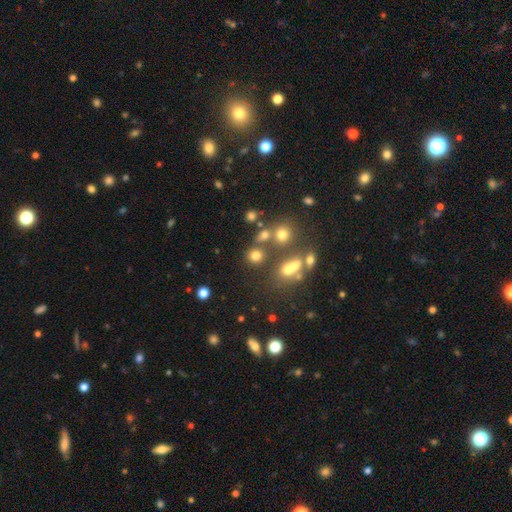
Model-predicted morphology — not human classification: Q: Smooth or featured?
A: smooth (72%); runner-up: star or artifact (19%)
Q: How rounded?
A: round (82%); runner-up: in between (16%)
Q: Merging?
A: none (66%); runner-up: merger (18%)